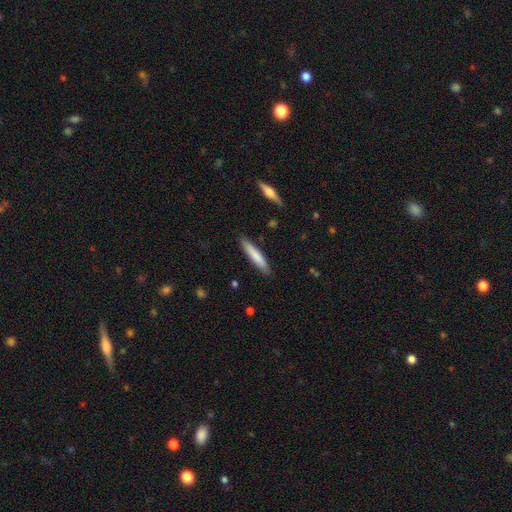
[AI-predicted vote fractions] This is likely a smooth galaxy (76%). How rounded: clearly cigar-shaped (89%). Merging: clearly none (87%).